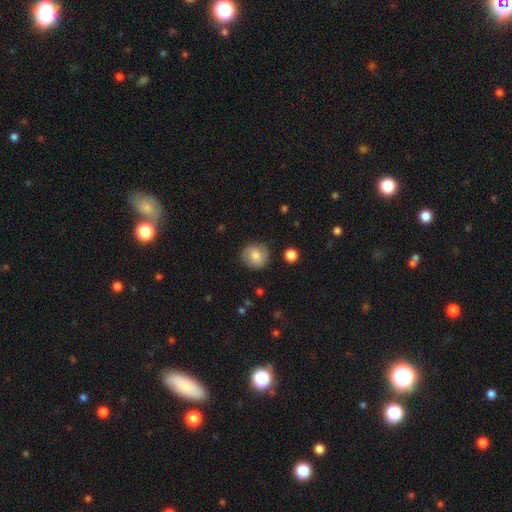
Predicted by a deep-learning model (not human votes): A smooth galaxy with no disk features (73%) that is round (85%). Merging: none (79%).